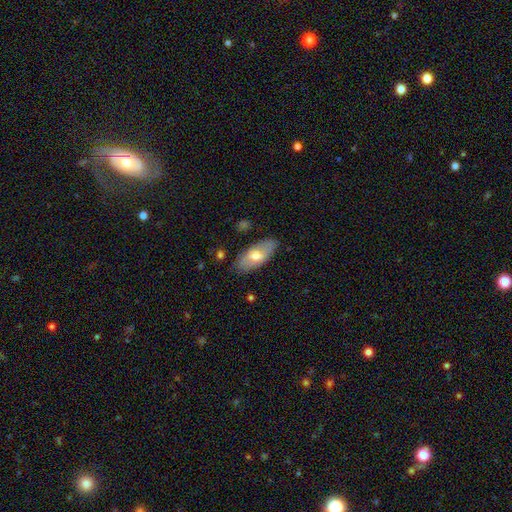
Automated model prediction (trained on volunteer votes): Q: Smooth or featured?
A: smooth (61%); runner-up: featured or disk (33%)
Q: How rounded?
A: in between (87%); runner-up: cigar-shaped (10%)
Q: Merging?
A: none (83%); runner-up: minor disturbance (13%)